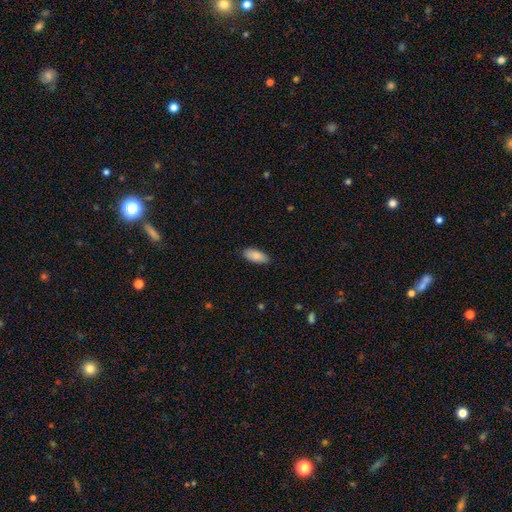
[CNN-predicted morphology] smooth_or_featured: smooth (p=0.87) [alt: featured or disk p=0.07]
how_rounded: in between (p=0.88) [alt: cigar-shaped p=0.11]
merging: none (p=0.88) [alt: minor disturbance p=0.09]